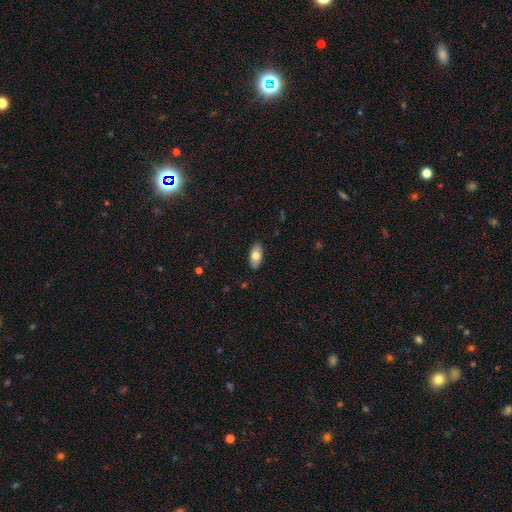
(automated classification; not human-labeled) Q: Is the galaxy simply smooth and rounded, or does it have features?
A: smooth — 74%.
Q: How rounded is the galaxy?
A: in between — 92%.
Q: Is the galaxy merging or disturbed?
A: none — 87%.